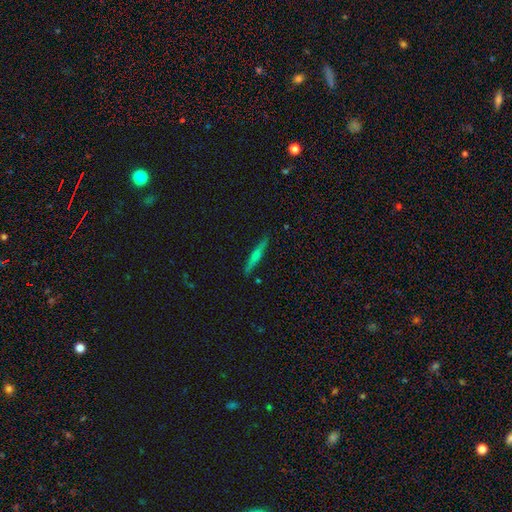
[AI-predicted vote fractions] smooth 53%, featured or disk 40%, star or artifact 7%. Down the decision tree: how rounded — cigar-shaped (94%); merging — none (89%).